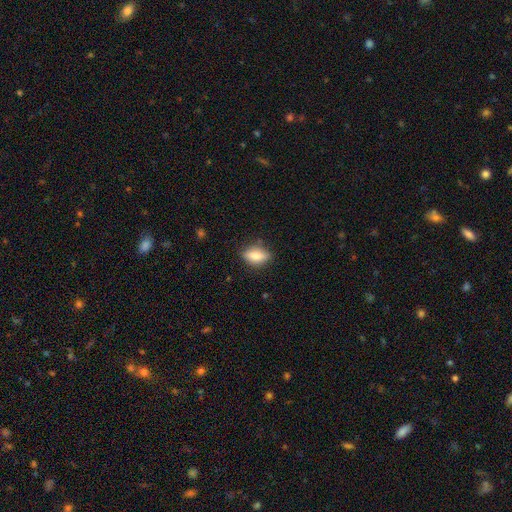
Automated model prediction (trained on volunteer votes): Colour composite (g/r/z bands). It shows a smooth galaxy with no disk features (69%) that is in between round and cigar-shaped (73%). Merging: none (80%).